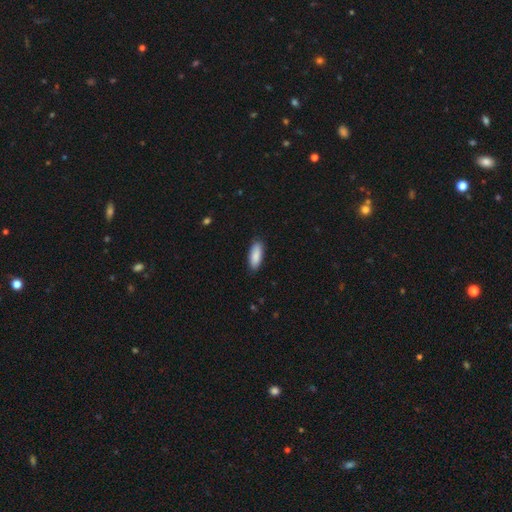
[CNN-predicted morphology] Smooth or featured?
  - smooth: 88% *
  - featured or disk: 6%
  - star or artifact: 6%
How rounded?
  - in between: 74% *
  - cigar-shaped: 25%
  - round: 2%
Merging?
  - none: 87% *
  - minor disturbance: 10%
  - major disturbance: 2%
  - merger: 1%